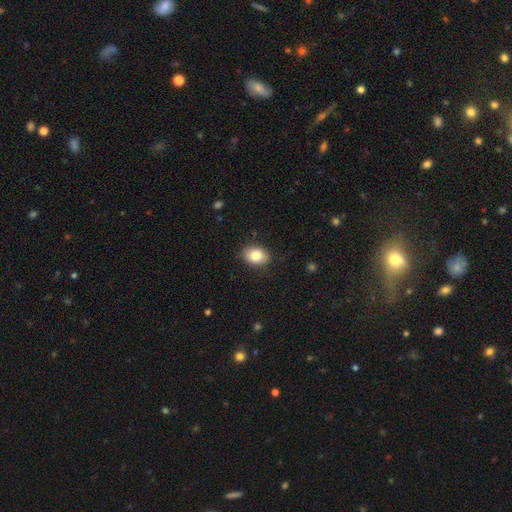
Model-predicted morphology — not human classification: A smooth galaxy with no disk features (83%) that is in between round and cigar-shaped (72%). Merging: none (88%).